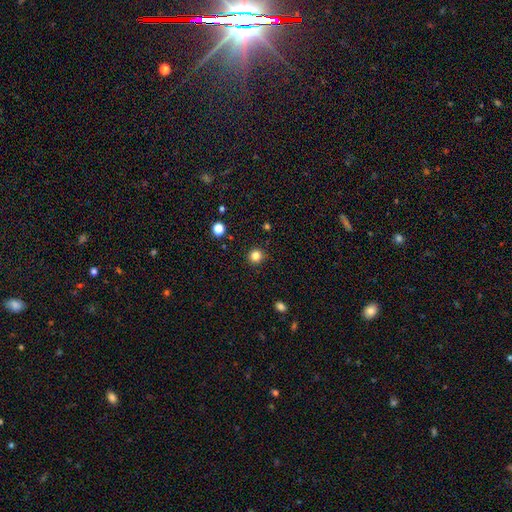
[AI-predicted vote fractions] Smooth or featured?
  - smooth: 82% *
  - star or artifact: 13%
  - featured or disk: 4%
How rounded?
  - round: 94% *
  - in between: 6%
  - cigar-shaped: 1%
Merging?
  - none: 92% *
  - minor disturbance: 5%
  - major disturbance: 2%
  - merger: 1%